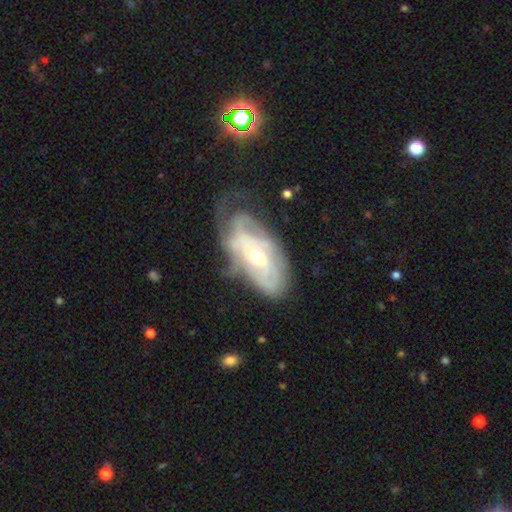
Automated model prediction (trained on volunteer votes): Smooth or featured?
  - featured or disk: 79% *
  - smooth: 15%
  - star or artifact: 6%
Edge-on disk?
  - no: 94% *
  - yes: 6%
Bar?
  - no: 68% *
  - weak: 24%
  - strong: 8%
Spiral arms?
  - yes: 80% *
  - no: 20%
Spiral winding?
  - tight: 54% *
  - medium: 31%
  - loose: 15%
Spiral arm count?
  - can't tell: 49% *
  - 2: 21%
  - 3: 14%
  - 4: 7%
  - 1: 6%
  - more than 4: 4%
Bulge size?
  - moderate: 64% *
  - small: 30%
  - large: 5%
  - none: 1%
  - dominant: 1%
Merging?
  - none: 41% *
  - major disturbance: 29%
  - minor disturbance: 27%
  - merger: 3%